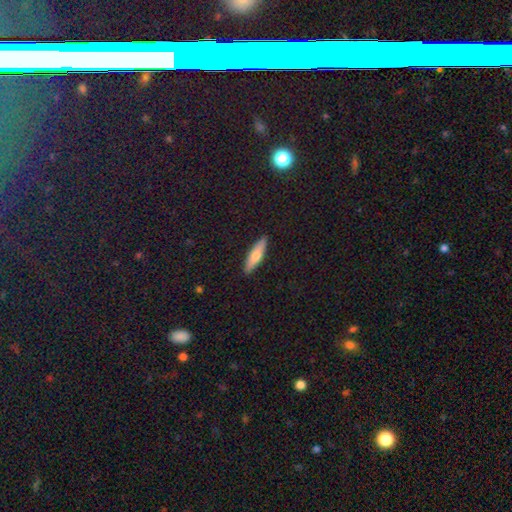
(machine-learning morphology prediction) A smooth galaxy with no disk features (62%) that is cigar-shaped (66%). Merging: none (90%).